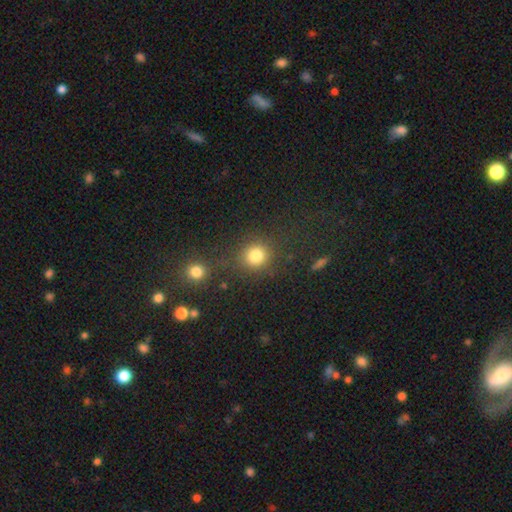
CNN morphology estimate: Smooth or featured? smooth (81%)
How rounded? round (88%)
Merging? none (75%)